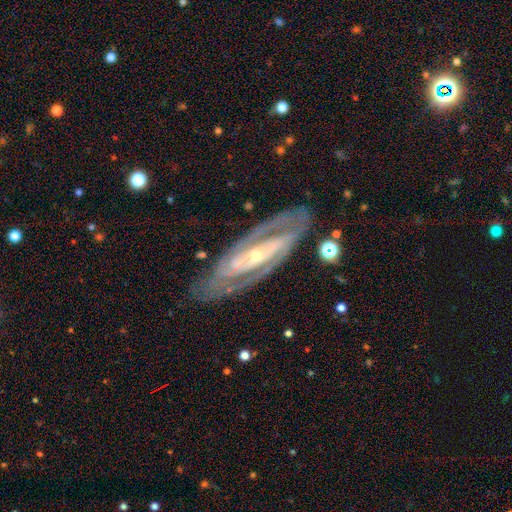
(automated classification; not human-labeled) Q: Smooth or featured?
A: featured or disk (88%); runner-up: smooth (7%)
Q: Edge-on disk?
A: no (89%); runner-up: yes (11%)
Q: Bar?
A: strong (38%); runner-up: no (36%)
Q: Spiral arms?
A: yes (90%); runner-up: no (10%)
Q: Spiral winding?
A: tight (52%); runner-up: medium (38%)
Q: Spiral arm count?
A: 2 (81%); runner-up: can't tell (10%)
Q: Bulge size?
A: small (67%); runner-up: moderate (28%)
Q: Merging?
A: none (81%); runner-up: minor disturbance (12%)